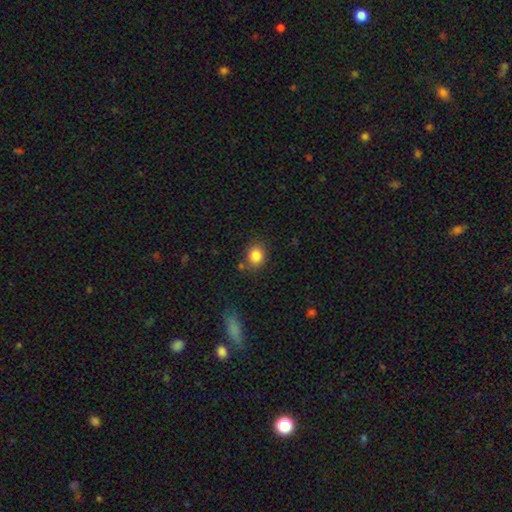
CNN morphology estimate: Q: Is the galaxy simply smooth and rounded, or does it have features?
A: smooth — 85%.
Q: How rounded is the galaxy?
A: round — 64%.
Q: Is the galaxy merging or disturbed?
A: none — 76%.